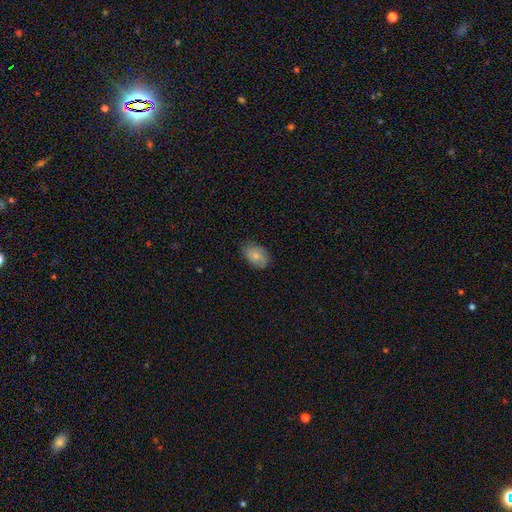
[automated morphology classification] A smooth galaxy with no disk features (77%) that is in between round and cigar-shaped (87%).

Vote fractions:
- Smooth or featured? smooth: 77% / featured or disk: 16% / star or artifact: 7%
- How rounded? in between: 87% / round: 12% / cigar-shaped: 1%
- Merging? none: 75% / minor disturbance: 20% / major disturbance: 4% / merger: 1%